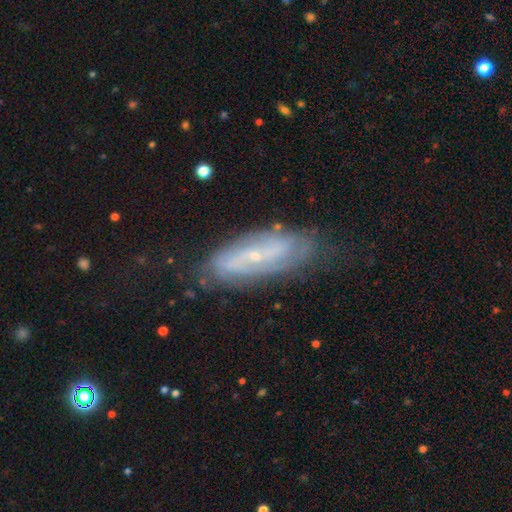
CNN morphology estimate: A featured or disk galaxy (74%) with no bar (46%), 2 (43%) tight (47%) spiral arms (85%) and a small central bulge (80%). Merging: none (72%).